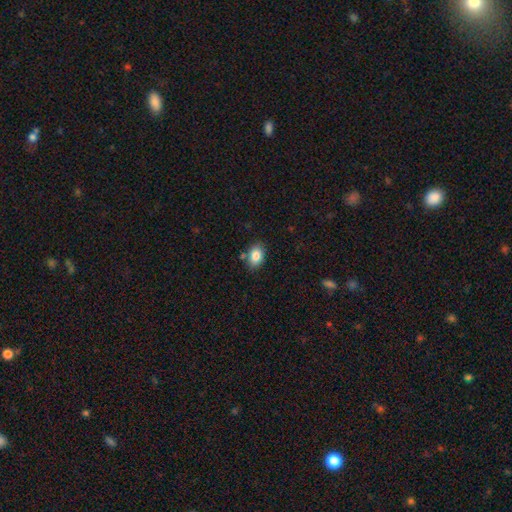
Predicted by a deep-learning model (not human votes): A smooth galaxy with no disk features (84%) that is in between round and cigar-shaped (81%).

Vote fractions:
- Smooth or featured? smooth: 84% / star or artifact: 8% / featured or disk: 7%
- How rounded? in between: 81% / round: 17% / cigar-shaped: 1%
- Merging? none: 77% / minor disturbance: 14% / merger: 6% / major disturbance: 3%